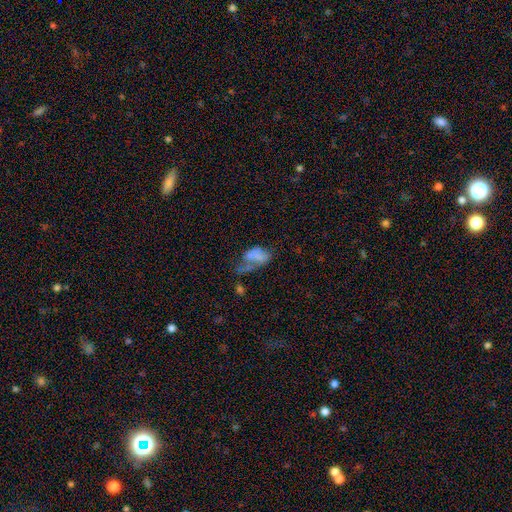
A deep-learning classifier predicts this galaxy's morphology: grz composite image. It shows a smooth galaxy with no disk features (54%) that is in between round and cigar-shaped (89%). Merging: major disturbance (45%).